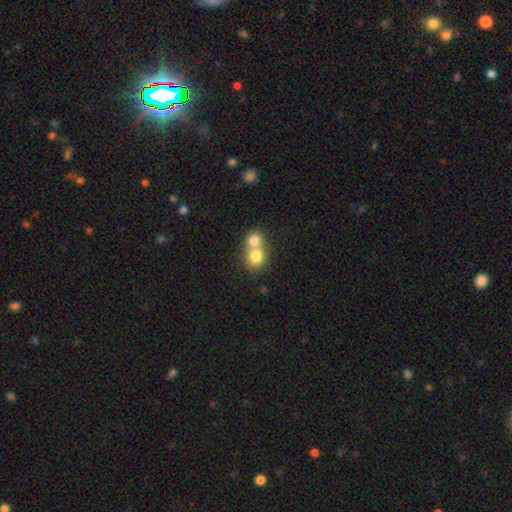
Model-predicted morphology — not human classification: A smooth galaxy with no disk features (76%) that is round (71%). Merging: merger (69%).